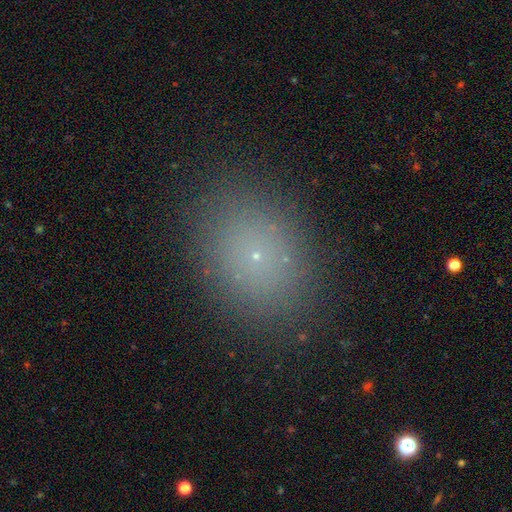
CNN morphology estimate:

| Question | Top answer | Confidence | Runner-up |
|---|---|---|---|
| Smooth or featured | smooth | 69% | star or artifact (19%) |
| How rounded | in between | 60% | round (38%) |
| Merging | none | 87% | minor disturbance (9%) |